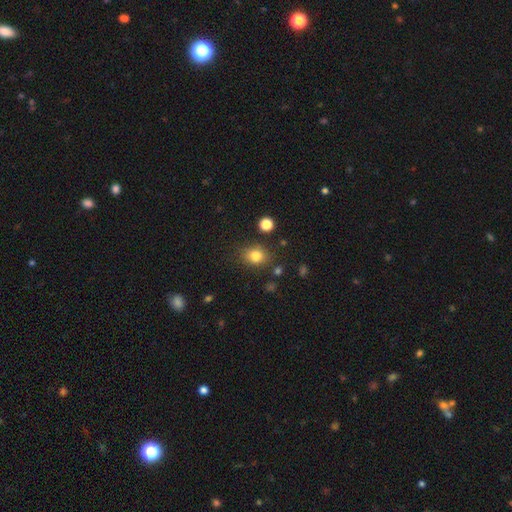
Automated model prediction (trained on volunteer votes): This appears to be a smooth galaxy with no disk features (82%) that is round (56%). Merging: none (80%).